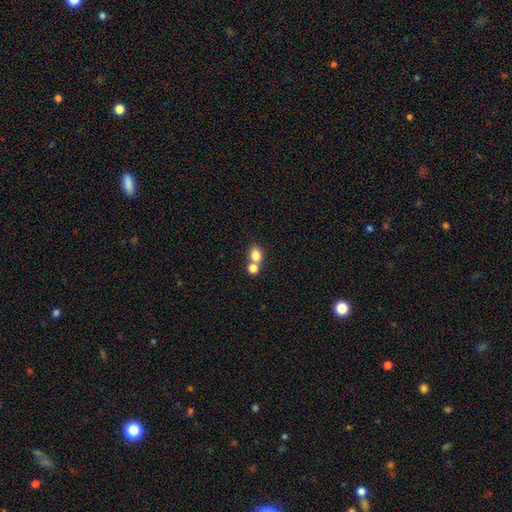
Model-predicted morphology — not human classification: The model was most divided on "merging": merger: 47%, none: 42%, minor disturbance: 7%, major disturbance: 3%. More confident: smooth or featured — smooth (80%); how rounded — round (52%).